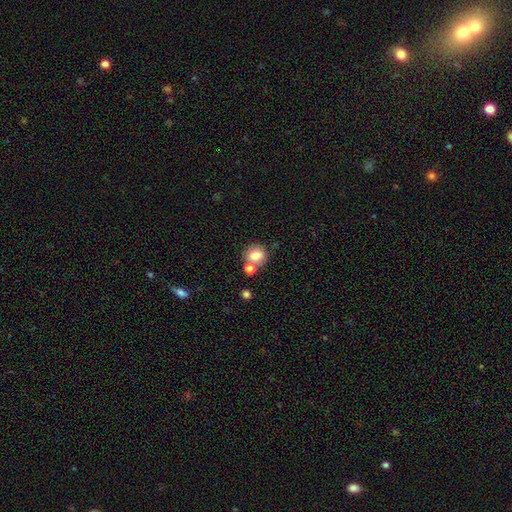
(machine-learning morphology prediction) smooth_or_featured: smooth (p=0.79) [alt: featured or disk p=0.11]
how_rounded: round (p=0.81) [alt: in between p=0.18]
merging: none (p=0.60) [alt: merger p=0.27]